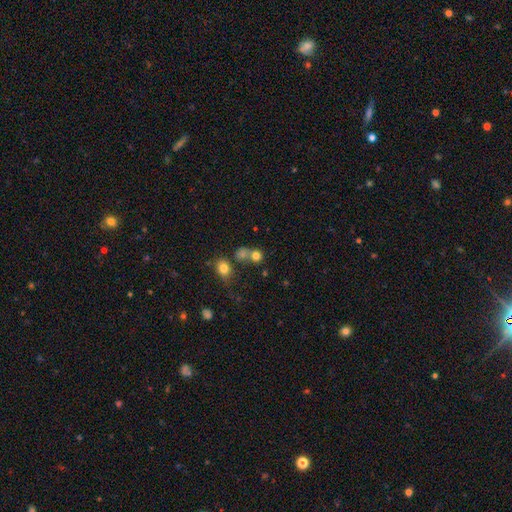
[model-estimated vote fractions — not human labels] Smooth or featured? smooth (75%)
How rounded? round (82%)
Merging? none (49%)